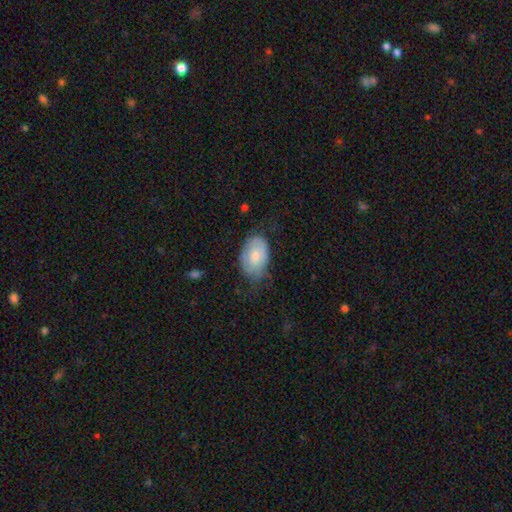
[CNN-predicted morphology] This is likely a smooth galaxy (67%). How rounded: clearly in between (89%). Merging: possibly none (52%).